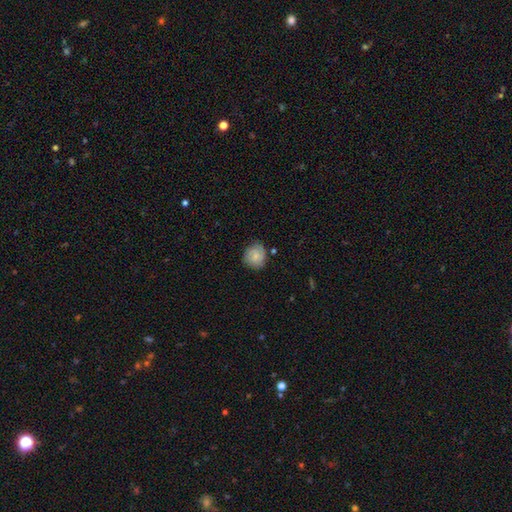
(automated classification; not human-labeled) Smooth or featured?
  - smooth: 58% *
  - featured or disk: 34%
  - star or artifact: 7%
How rounded?
  - round: 83% *
  - in between: 16%
  - cigar-shaped: 1%
Merging?
  - none: 75% *
  - minor disturbance: 19%
  - major disturbance: 4%
  - merger: 2%